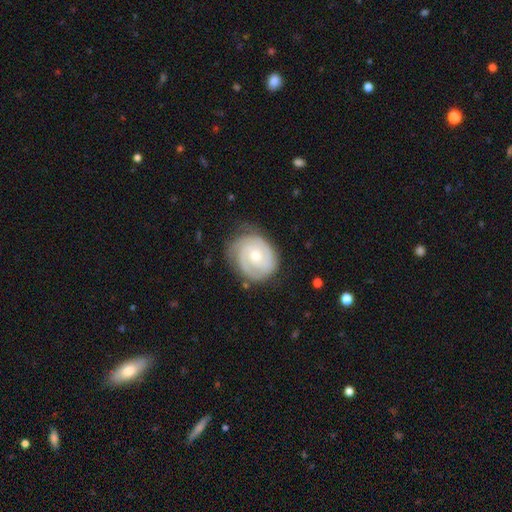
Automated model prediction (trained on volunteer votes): This appears to be a featured or disk galaxy (83%) with no bar (68%), 2 (46%) tight (71%) spiral arms (96%) and a moderate central bulge (54%). Merging: none (72%).